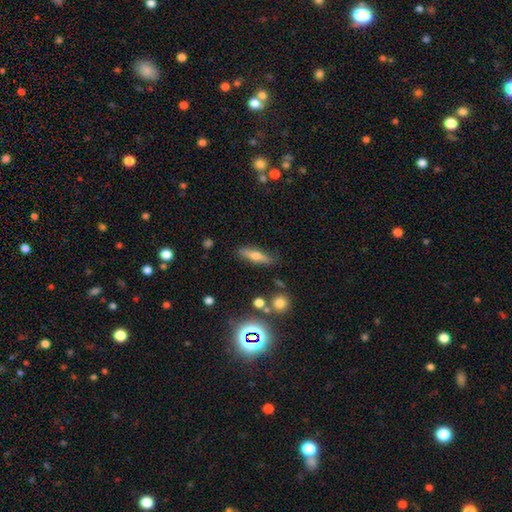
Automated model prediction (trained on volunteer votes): Smooth or featured? smooth (53%)
How rounded? cigar-shaped (65%)
Merging? none (83%)